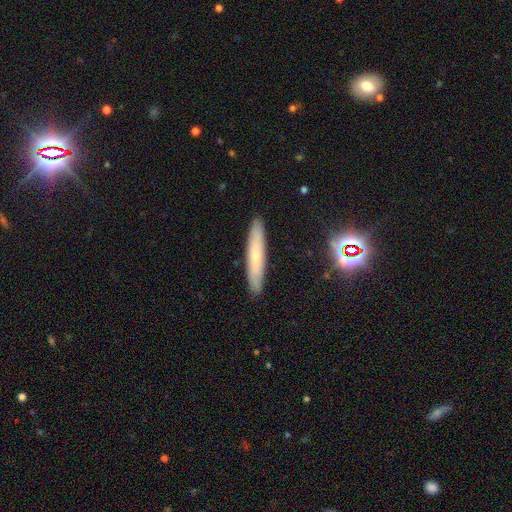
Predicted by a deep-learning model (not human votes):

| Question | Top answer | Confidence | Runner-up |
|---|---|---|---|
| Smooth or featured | smooth | 57% | featured or disk (34%) |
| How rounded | cigar-shaped | 92% | in between (7%) |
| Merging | none | 90% | minor disturbance (7%) |